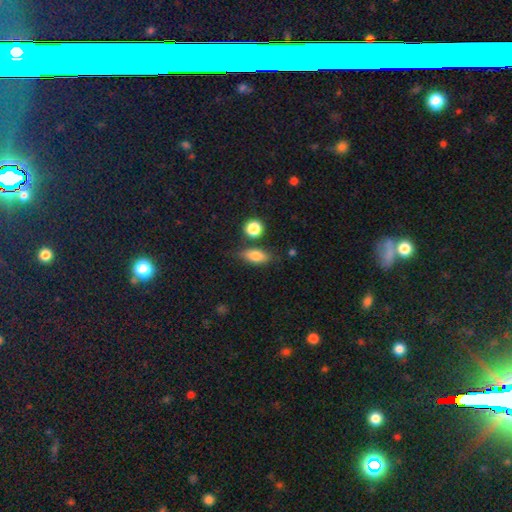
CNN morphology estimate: Overall: smooth (77%). How rounded: in between (75%). Merging: none (73%).